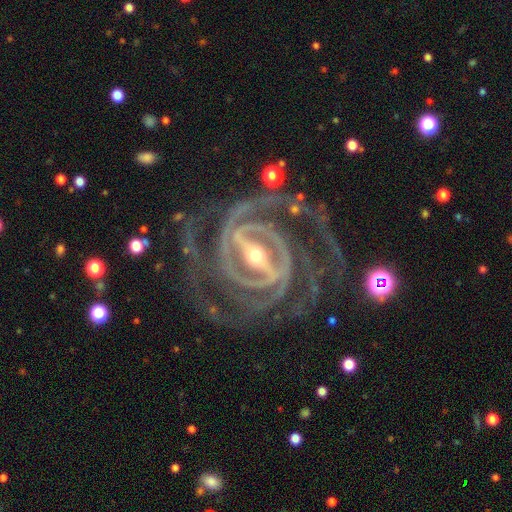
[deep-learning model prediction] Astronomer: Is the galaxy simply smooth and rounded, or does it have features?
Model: featured or disk — 94%.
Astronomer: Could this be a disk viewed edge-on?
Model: no — 96%.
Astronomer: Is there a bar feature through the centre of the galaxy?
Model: strong — 80%.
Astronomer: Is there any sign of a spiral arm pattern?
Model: yes — 99%.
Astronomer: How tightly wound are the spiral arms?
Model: tight — 71%.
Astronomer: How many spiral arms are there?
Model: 2 — 35% (runner-up: 3, 24%).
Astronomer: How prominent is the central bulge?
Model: small — 52% (runner-up: moderate, 44%).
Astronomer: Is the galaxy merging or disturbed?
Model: none — 70%.